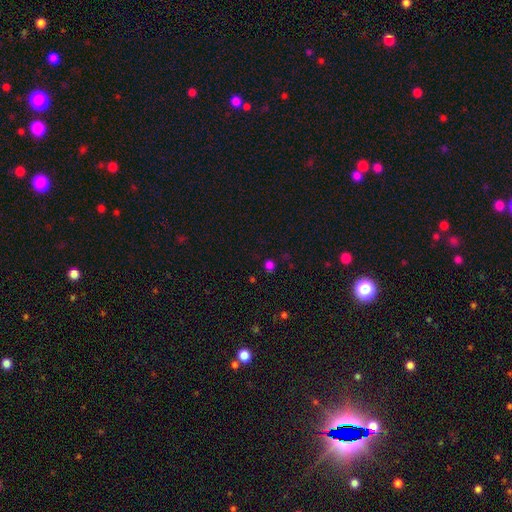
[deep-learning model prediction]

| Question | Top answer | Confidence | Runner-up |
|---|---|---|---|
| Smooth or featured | smooth | 67% | star or artifact (28%) |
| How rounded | round | 83% | in between (16%) |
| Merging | none | 84% | minor disturbance (10%) |